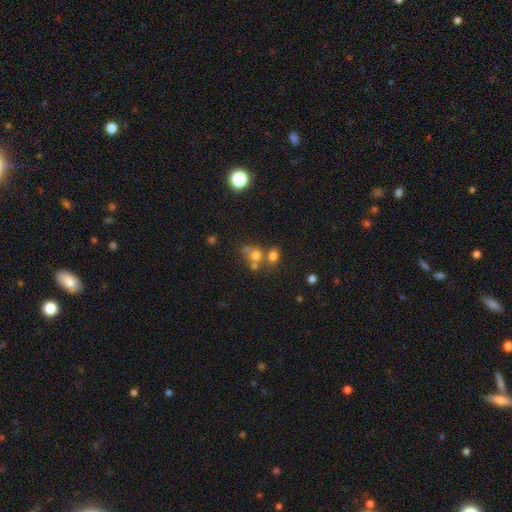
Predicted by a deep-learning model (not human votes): Q: Smooth or featured?
A: smooth (66%); runner-up: star or artifact (20%)
Q: How rounded?
A: round (78%); runner-up: in between (21%)
Q: Merging?
A: none (44%); runner-up: merger (41%)